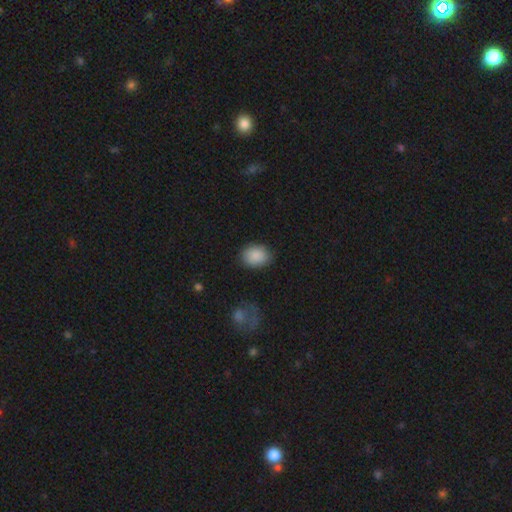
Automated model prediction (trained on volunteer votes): The model was most divided on "how rounded": in between: 57%, round: 42%, cigar-shaped: 1%. More confident: smooth or featured — smooth (88%); merging — none (81%).